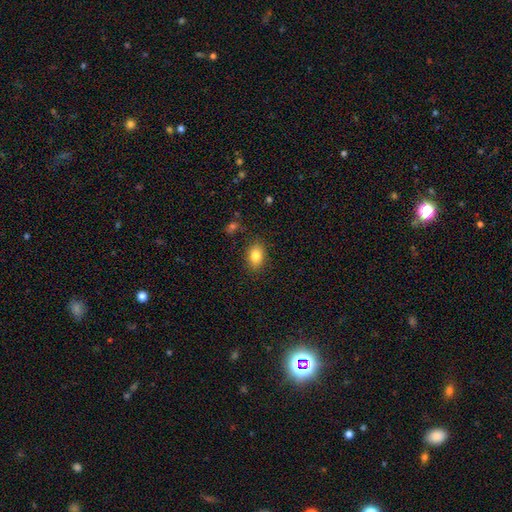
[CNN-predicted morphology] Smooth or featured: smooth — 83% (star or artifact — 9%)
How rounded: in between — 78% (round — 20%)
Merging: none — 85% (minor disturbance — 10%)